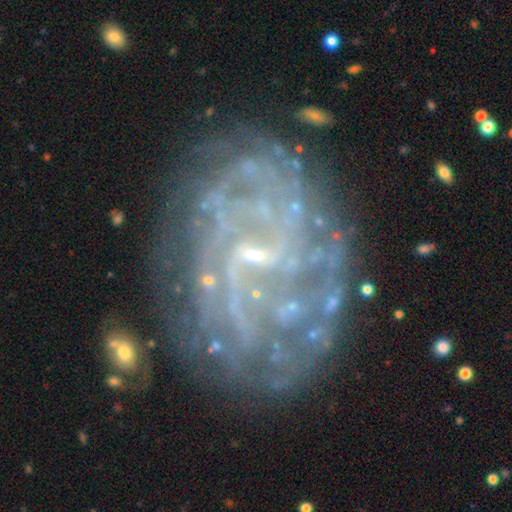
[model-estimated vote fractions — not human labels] This is clearly a featured or disk galaxy (81%). It is clearly not viewed edge-on (98%). Bar: marginally weak (45%). Spiral arm pattern: clearly yes (84%). Spiral arm count: possibly can't tell (47%). Spiral winding: likely tight (61%). Central bulge: likely small (73%). Merging: likely none (72%).